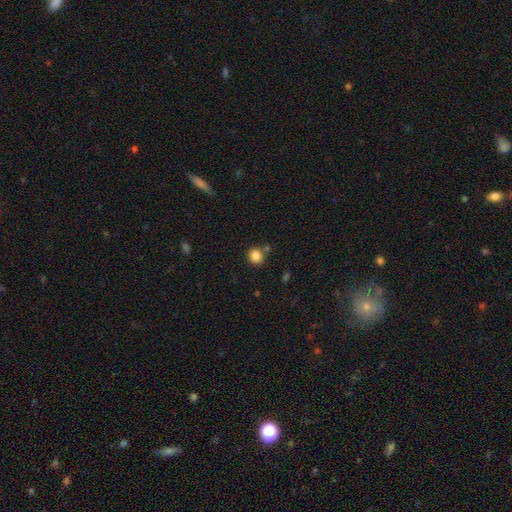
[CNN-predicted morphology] This appears to be a smooth galaxy with no disk features (85%) that is round (82%). Merging: none (76%).